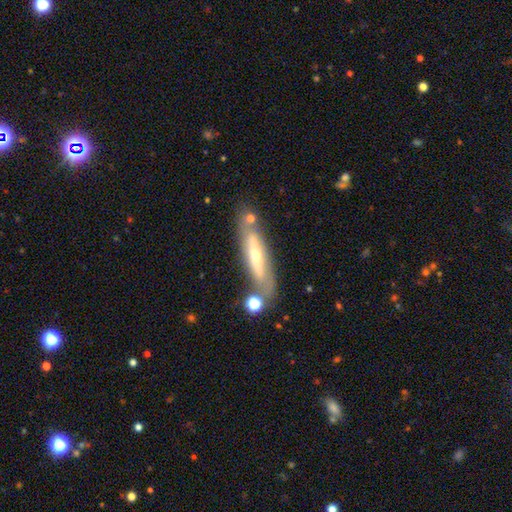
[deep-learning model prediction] This appears to be a featured or disk galaxy (61%) viewed edge-on (58%). Merging: none (70%).